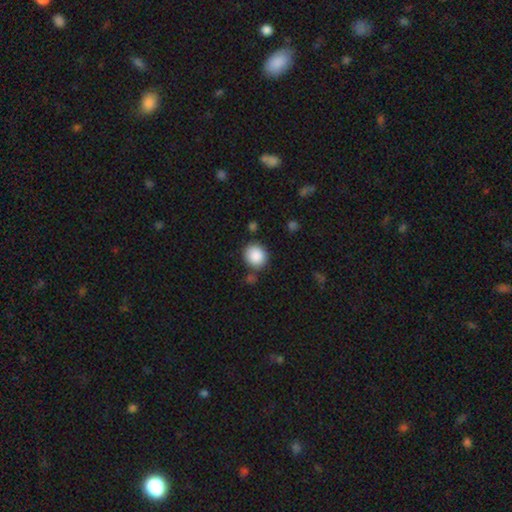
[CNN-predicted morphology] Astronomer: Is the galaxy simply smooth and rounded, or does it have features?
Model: smooth — 89%.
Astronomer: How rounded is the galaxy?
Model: round — 85%.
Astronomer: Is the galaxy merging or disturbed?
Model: none — 80%.